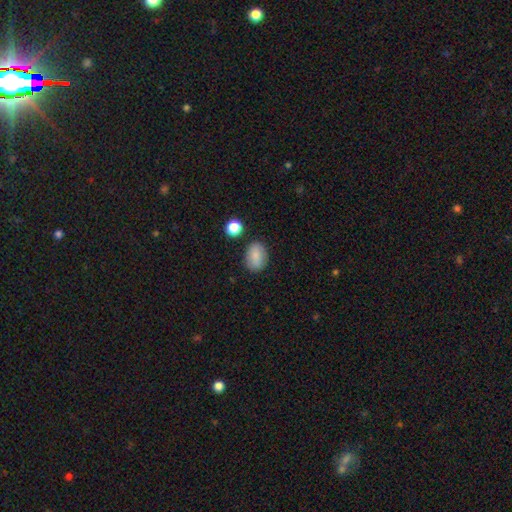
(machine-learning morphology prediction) Smooth or featured? smooth (85%)
How rounded? in between (76%)
Merging? none (81%)